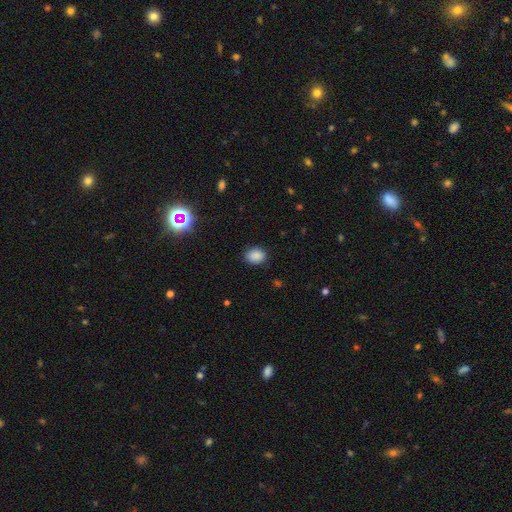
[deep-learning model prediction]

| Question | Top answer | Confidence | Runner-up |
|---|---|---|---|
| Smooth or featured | smooth | 87% | star or artifact (10%) |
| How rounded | in between | 51% | round (48%) |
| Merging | none | 86% | minor disturbance (10%) |